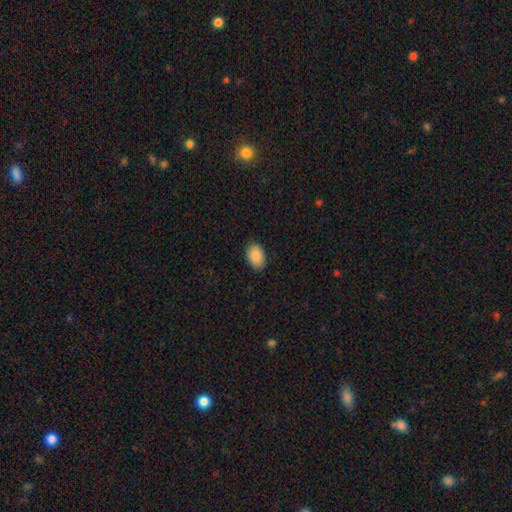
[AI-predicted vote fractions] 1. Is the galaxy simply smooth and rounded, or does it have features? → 90% smooth, 7% star or artifact, 3% featured or disk.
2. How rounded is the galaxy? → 89% in between, 10% round, 1% cigar-shaped.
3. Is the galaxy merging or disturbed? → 88% none, 9% minor disturbance, 2% major disturbance, 1% merger.